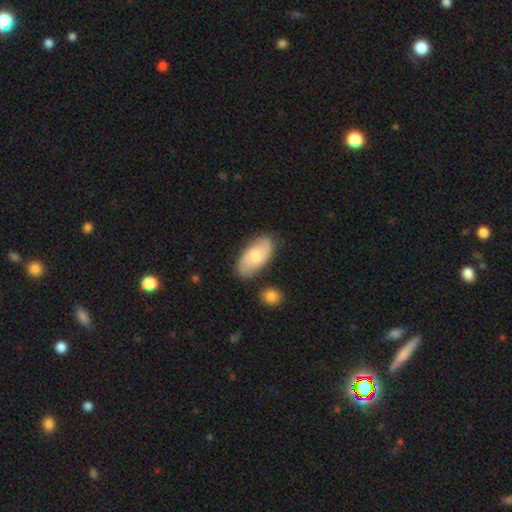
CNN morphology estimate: smooth_or_featured: smooth (p=0.57) [alt: featured or disk p=0.37]
how_rounded: in between (p=0.92) [alt: cigar-shaped p=0.04]
merging: none (p=0.74) [alt: minor disturbance p=0.16]